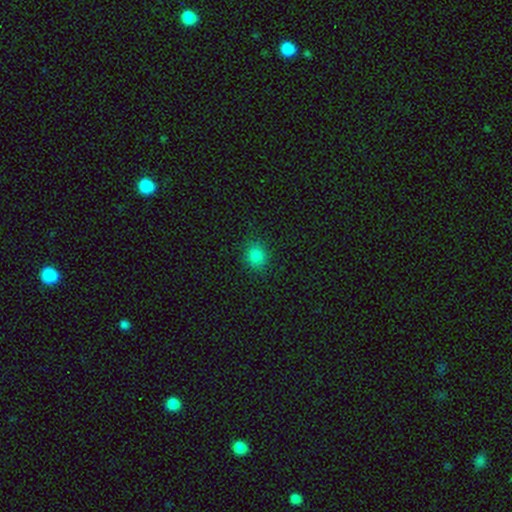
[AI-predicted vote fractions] This appears to be a smooth galaxy with no disk features (83%) that is round (77%). Merging: none (88%).